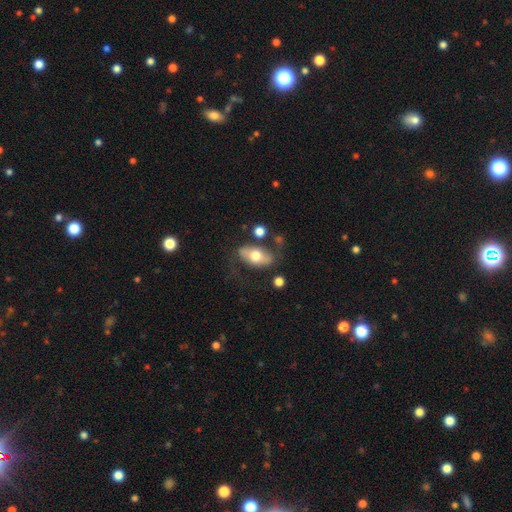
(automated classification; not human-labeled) This appears to be a smooth galaxy with no disk features (53%) that is in between round and cigar-shaped (89%). Merging: none (61%).